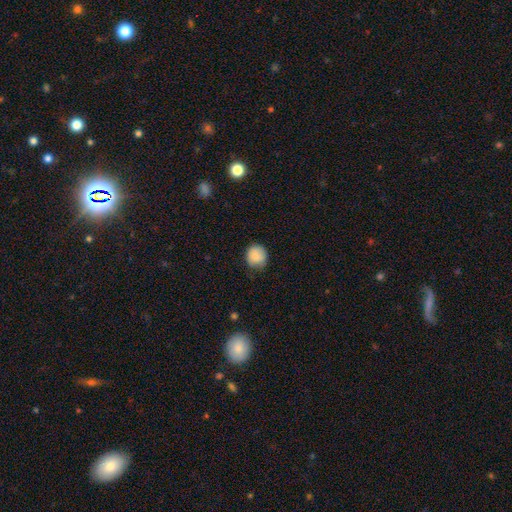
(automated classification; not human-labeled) Morphology: type=smooth (85%); roundness=round (86%); merging=none (70%).